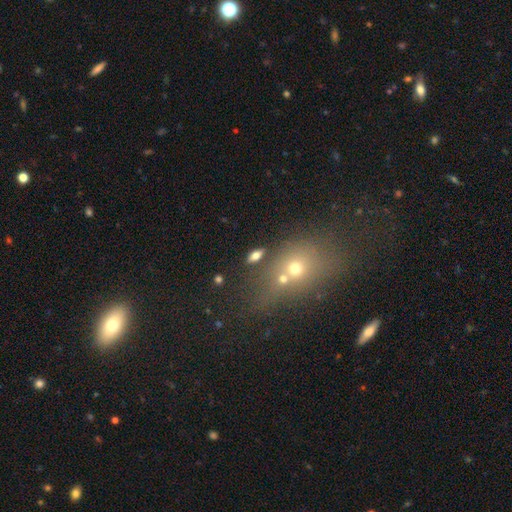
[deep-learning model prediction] Q: Smooth or featured?
A: smooth (69%); runner-up: featured or disk (17%)
Q: How rounded?
A: in between (77%); runner-up: cigar-shaped (12%)
Q: Merging?
A: none (71%); runner-up: merger (14%)